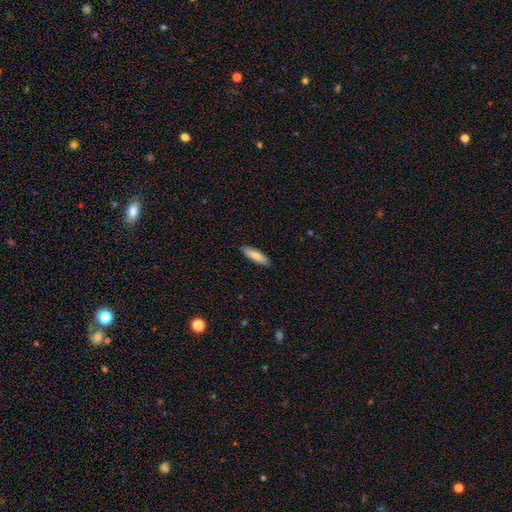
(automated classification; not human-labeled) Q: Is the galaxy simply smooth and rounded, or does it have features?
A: smooth — 79%.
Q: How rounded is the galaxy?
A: cigar-shaped — 62%.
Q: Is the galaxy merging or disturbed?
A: none — 89%.